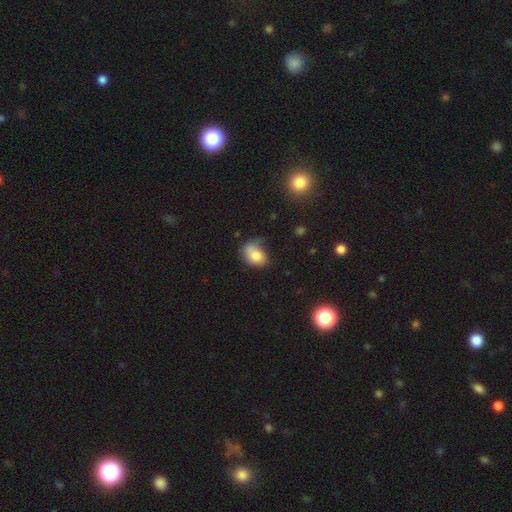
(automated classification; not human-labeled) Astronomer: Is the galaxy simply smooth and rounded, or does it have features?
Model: smooth — 77%.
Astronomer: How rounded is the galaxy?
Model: in between — 72%.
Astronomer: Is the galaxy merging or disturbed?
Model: none — 44% (runner-up: minor disturbance, 35%).